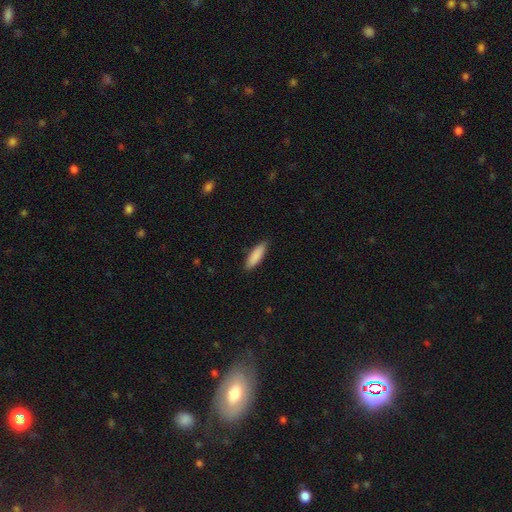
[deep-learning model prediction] Overall: smooth (88%). How rounded: cigar-shaped (60%; in between 39%). Merging: none (88%).